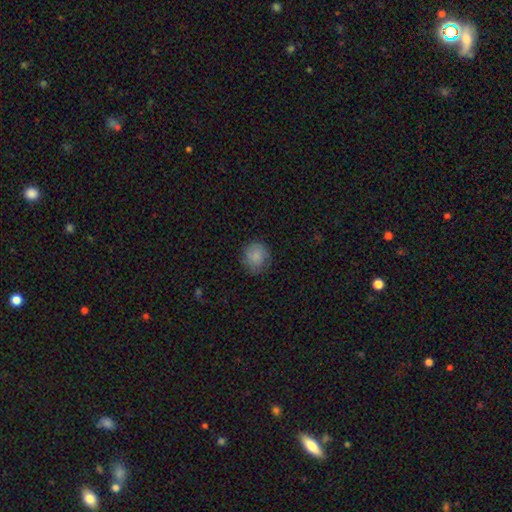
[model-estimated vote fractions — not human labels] Smooth or featured? Predicted: smooth (p=0.82). How rounded? Predicted: round (p=0.88). Merging? Predicted: none (p=0.76).